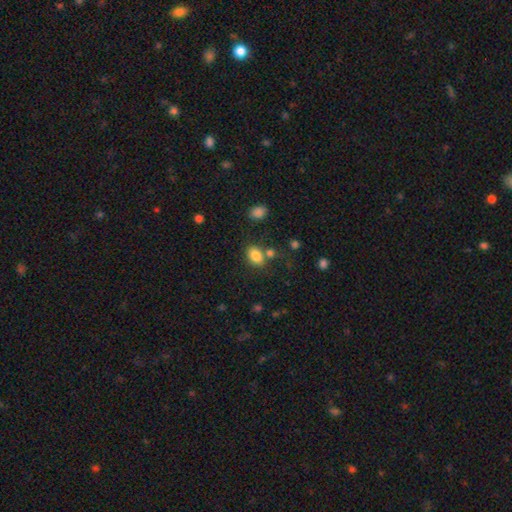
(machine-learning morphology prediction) This appears to be a smooth galaxy with no disk features (83%) that is in between round and cigar-shaped (79%). Merging: none (68%).